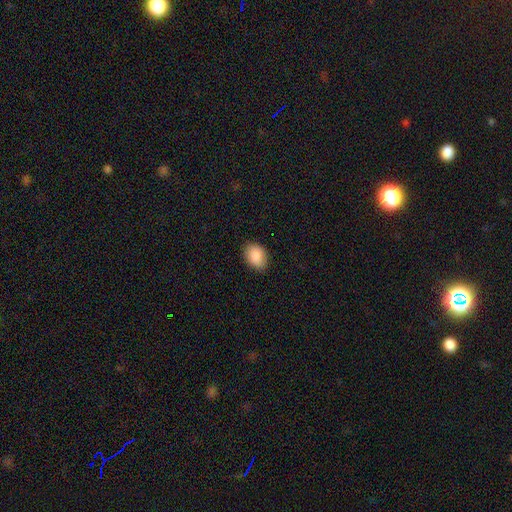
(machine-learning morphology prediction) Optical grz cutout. It shows a smooth galaxy with no disk features (89%) that is in between round and cigar-shaped (80%). Merging: none (85%).